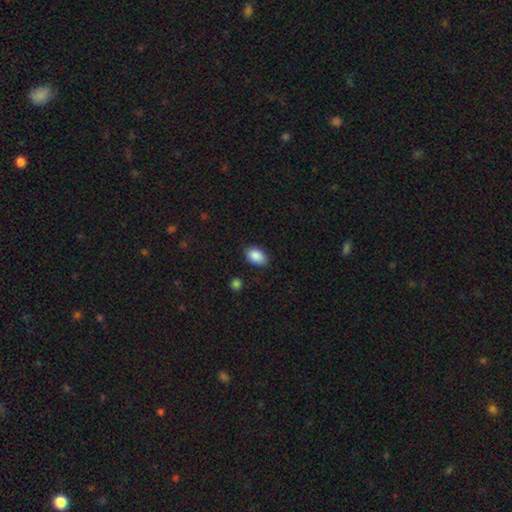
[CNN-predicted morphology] A smooth galaxy with no disk features (88%) that is in between round and cigar-shaped (87%). Merging: none (84%).